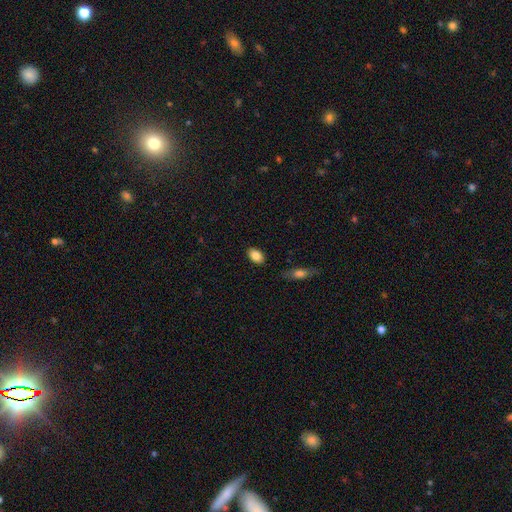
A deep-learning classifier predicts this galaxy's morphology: Smooth or featured: smooth — 86% (star or artifact — 8%)
How rounded: in between — 87% (round — 11%)
Merging: none — 87% (minor disturbance — 9%)